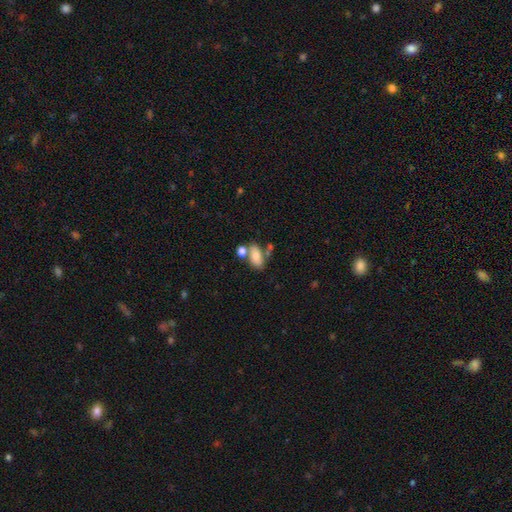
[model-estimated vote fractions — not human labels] This is likely a smooth galaxy (76%). How rounded: clearly in between (89%). Merging: marginally none (43%).